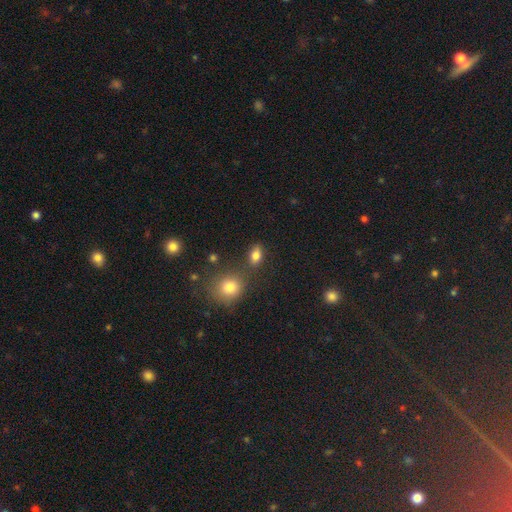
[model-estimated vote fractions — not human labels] Overall: smooth (81%). How rounded: in between (77%). Merging: none (72%).